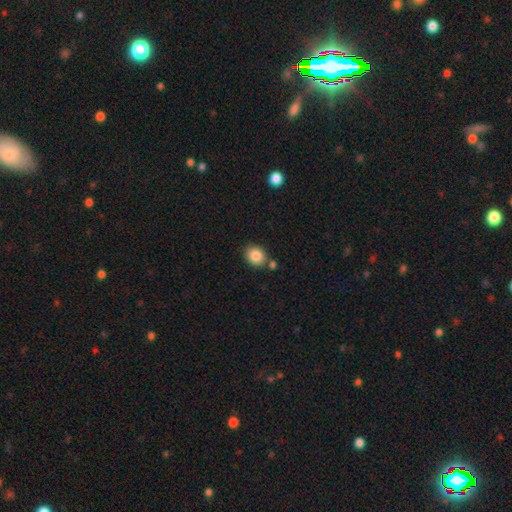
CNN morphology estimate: Smooth or featured? smooth (85%)
How rounded? round (57%)
Merging? none (75%)